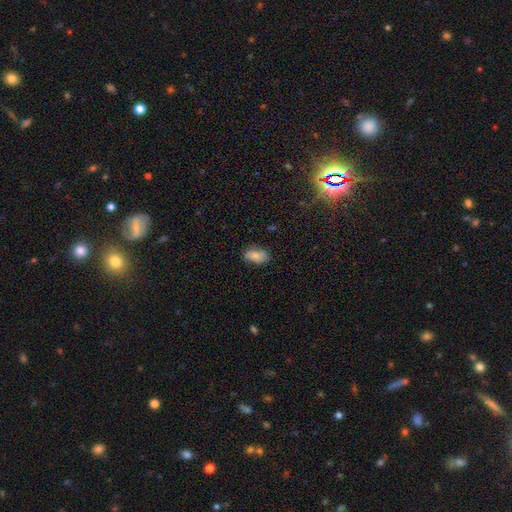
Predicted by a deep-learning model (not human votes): Overall: smooth (77%). How rounded: in between (91%). Merging: none (80%).